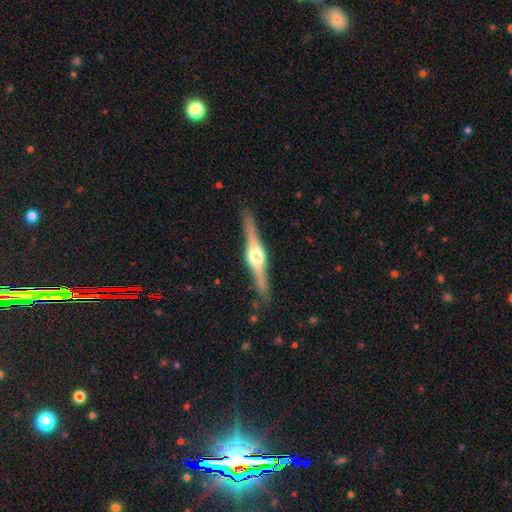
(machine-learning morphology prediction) smooth-or-featured: featured or disk: 82% | smooth: 13% | star or artifact: 5%
  disk-edge-on: yes: 98% | no: 2%
    edge-on-bulge: rounded: 93% | boxy: 6% | none: 2%
  merging: none: 89% | minor disturbance: 8% | major disturbance: 2% | merger: 1%